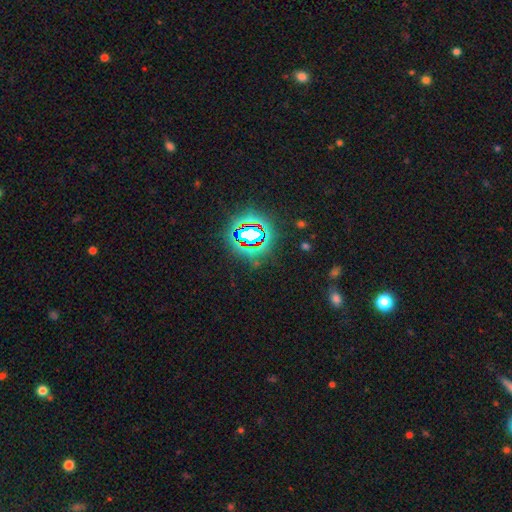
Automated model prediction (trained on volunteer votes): Overall: star or artifact (82%).